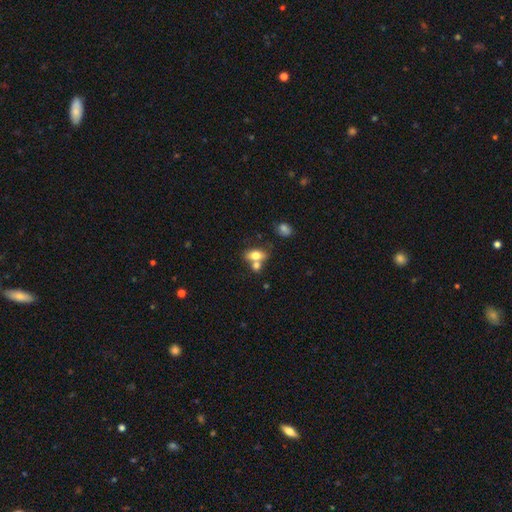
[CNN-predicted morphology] The model was most divided on "merging": none: 43%, merger: 41%, minor disturbance: 11%, major disturbance: 5%. More confident: how rounded — in between (81%); smooth or featured — smooth (72%).